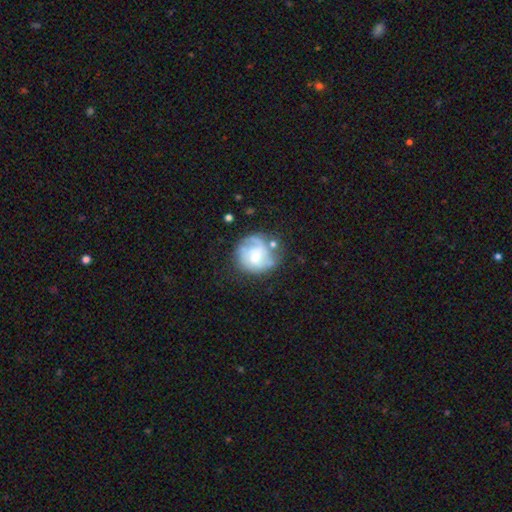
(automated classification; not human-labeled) Smooth or featured: featured or disk — 65% (smooth — 28%)
Edge-on disk: no — 98% (yes — 2%)
Bar: no — 66% (weak — 29%)
Spiral arms: yes — 76% (no — 24%)
Bulge size: moderate — 50% (small — 38%)
Merging: none — 52% (minor disturbance — 24%)